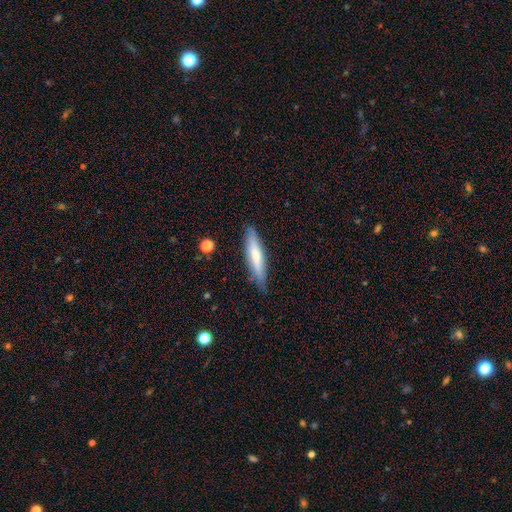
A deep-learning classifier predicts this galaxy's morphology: This is likely a smooth galaxy (60%). How rounded: clearly cigar-shaped (85%). Merging: clearly none (83%).